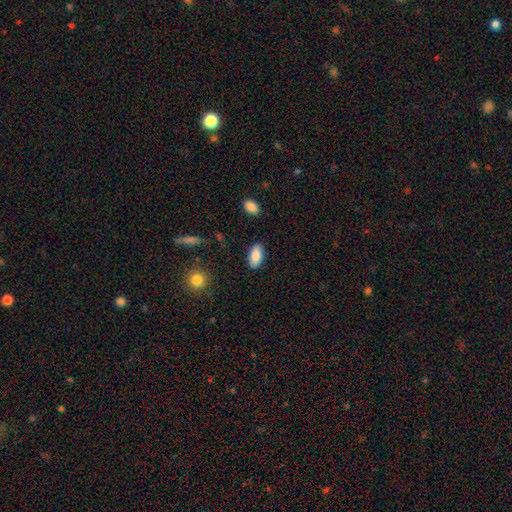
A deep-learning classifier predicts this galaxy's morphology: Overall: smooth (86%). How rounded: in between (93%). Merging: none (85%).